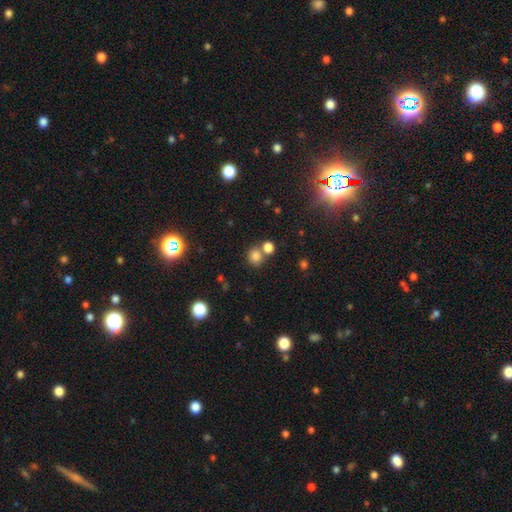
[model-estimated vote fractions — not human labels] Overall: smooth (78%). How rounded: round (81%). Merging: none (58%; merger 30%).